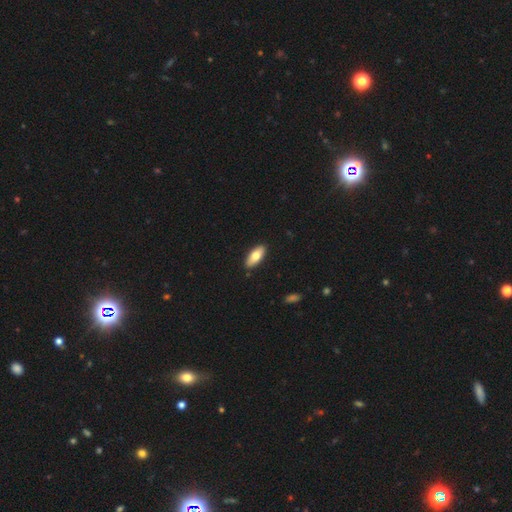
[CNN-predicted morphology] type=smooth (74%); roundness=in between (80%); merging=none (90%).